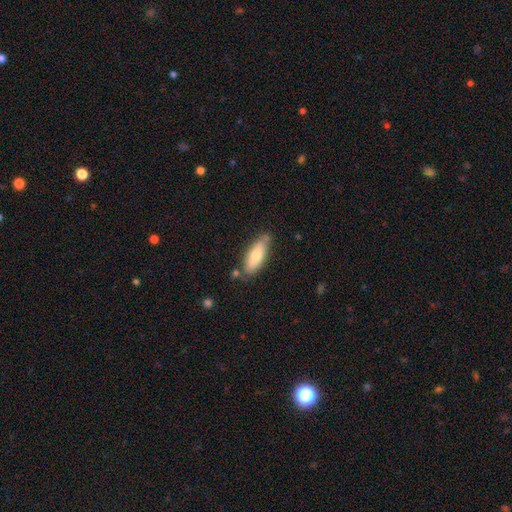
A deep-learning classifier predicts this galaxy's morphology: Smooth or featured: smooth — 72% (featured or disk — 22%)
How rounded: in between — 64% (cigar-shaped — 34%)
Merging: none — 73% (minor disturbance — 17%)